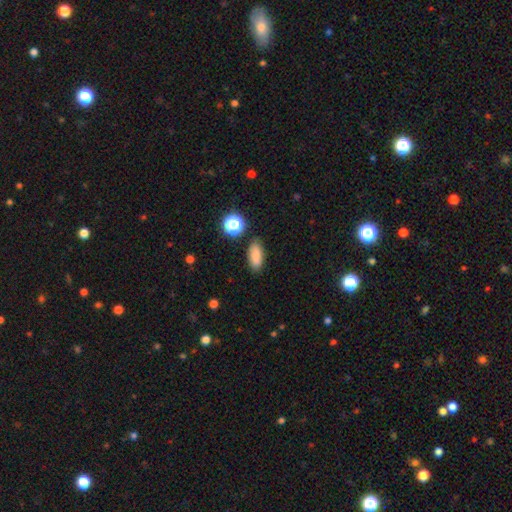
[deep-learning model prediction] smooth 84%, star or artifact 10%, featured or disk 5%. Down the decision tree: how rounded — in between (80%); merging — none (84%).